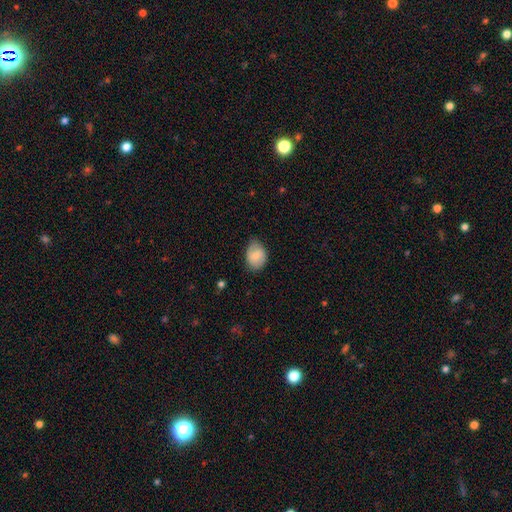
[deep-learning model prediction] Smooth or featured? Predicted: smooth (p=0.80). How rounded? Predicted: in between (p=0.71). Merging? Predicted: none (p=0.70).